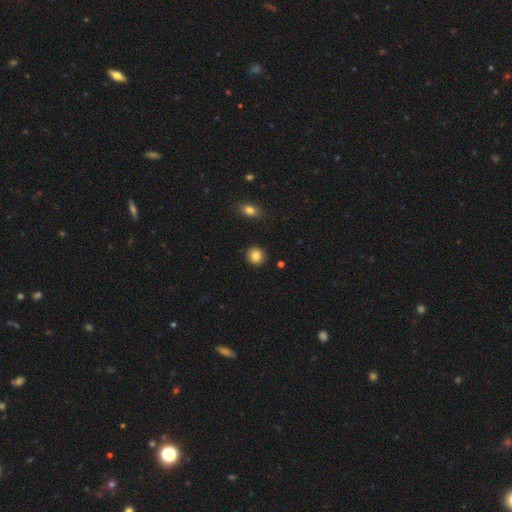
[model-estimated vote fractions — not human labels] Q: Smooth or featured?
A: smooth (85%); runner-up: star or artifact (9%)
Q: How rounded?
A: round (88%); runner-up: in between (11%)
Q: Merging?
A: none (91%); runner-up: minor disturbance (6%)